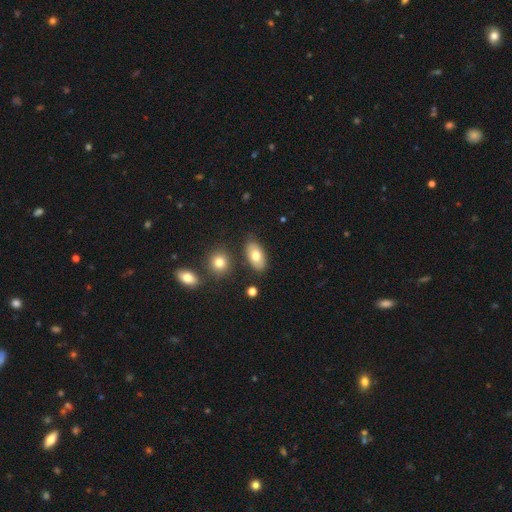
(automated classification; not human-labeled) Smooth or featured? smooth (75%)
How rounded? in between (92%)
Merging? none (82%)